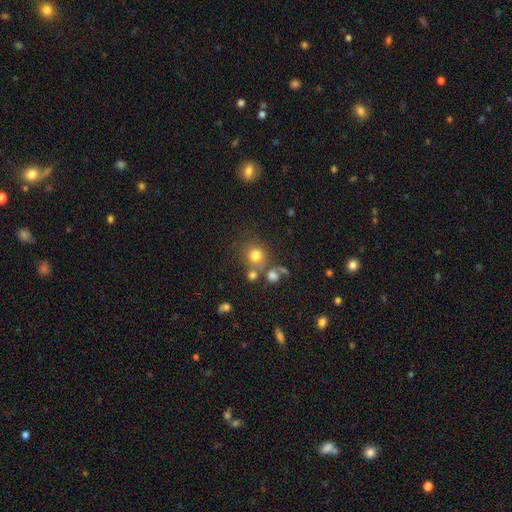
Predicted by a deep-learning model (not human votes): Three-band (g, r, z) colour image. It shows a smooth galaxy with no disk features (75%) that is round (85%). Merging: none (62%).